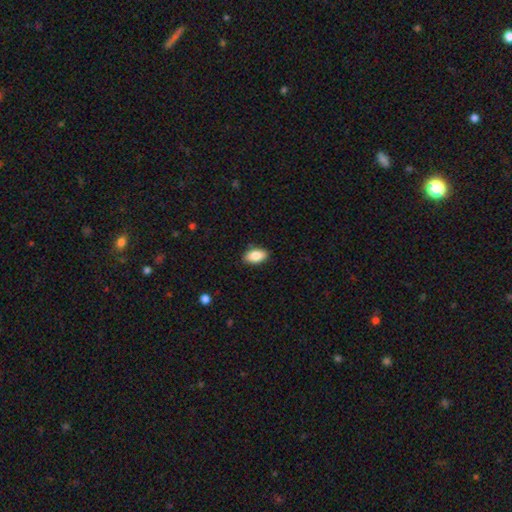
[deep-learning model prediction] smooth-or-featured: smooth: 87% | star or artifact: 7% | featured or disk: 6%
  how-rounded: in between: 93% | round: 5% | cigar-shaped: 2%
  merging: none: 88% | minor disturbance: 9% | major disturbance: 2% | merger: 1%